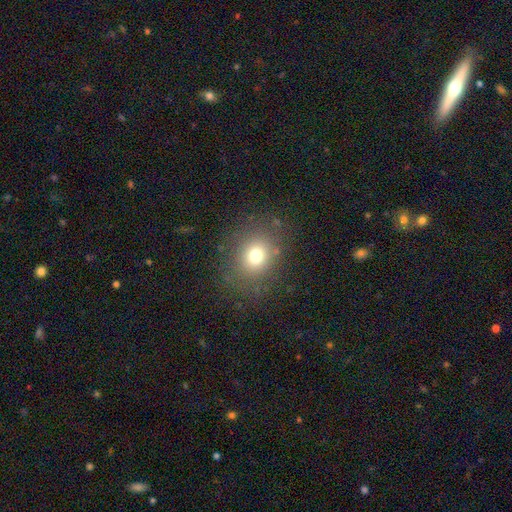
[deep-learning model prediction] Morphology: type=smooth (73%); roundness=round (66%); merging=none (81%).